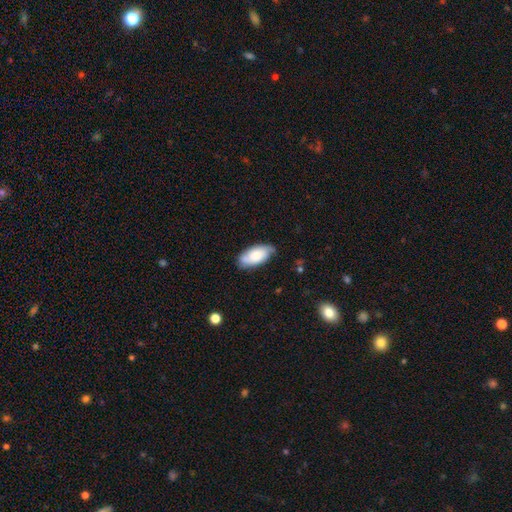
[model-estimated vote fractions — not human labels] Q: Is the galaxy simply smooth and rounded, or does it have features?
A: smooth — 67%.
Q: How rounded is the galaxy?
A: in between — 91%.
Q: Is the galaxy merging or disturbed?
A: none — 69%.